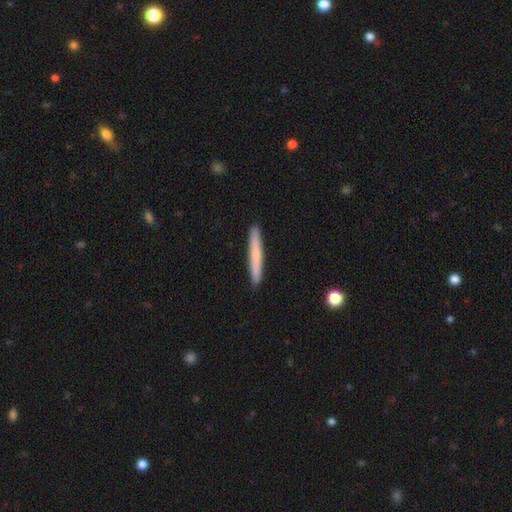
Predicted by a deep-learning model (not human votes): smooth-or-featured: smooth: 67% | featured or disk: 27% | star or artifact: 6%
  how-rounded: cigar-shaped: 96% | in between: 2% | round: 1%
  merging: none: 92% | minor disturbance: 6% | major disturbance: 1% | merger: 1%